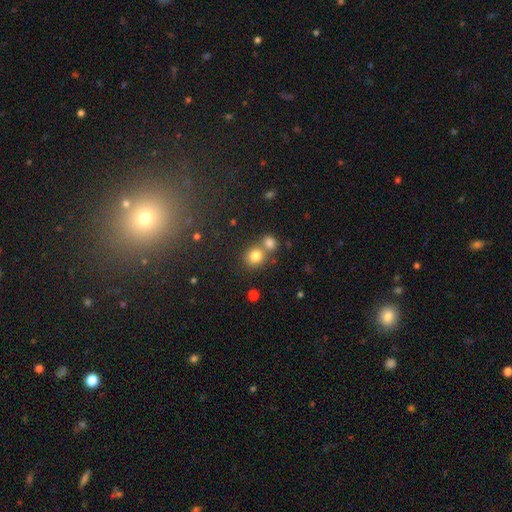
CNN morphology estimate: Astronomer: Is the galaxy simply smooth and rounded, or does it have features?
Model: smooth — 80%.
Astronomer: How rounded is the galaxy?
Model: round — 81%.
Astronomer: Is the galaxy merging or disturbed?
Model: none — 52% (runner-up: merger, 37%).